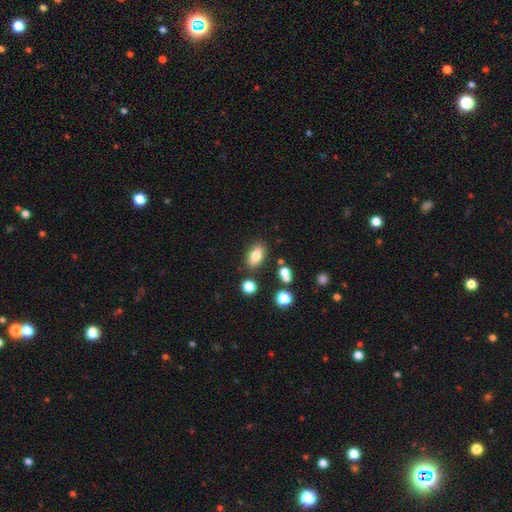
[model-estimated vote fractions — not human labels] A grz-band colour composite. It shows a smooth galaxy with no disk features (78%) that is in between round and cigar-shaped (85%). Merging: none (82%).